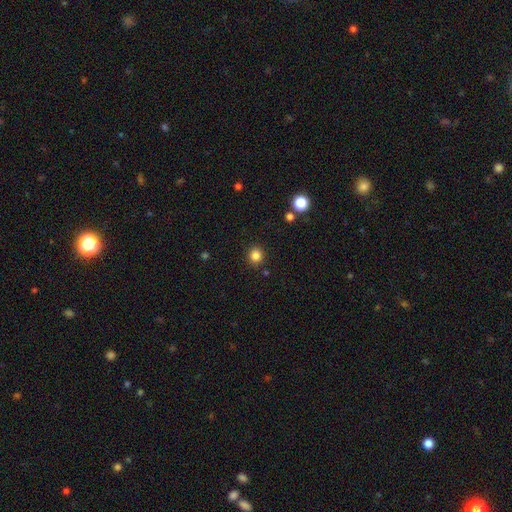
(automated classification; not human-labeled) A smooth galaxy with no disk features (84%) that is round (88%). Merging: none (90%).